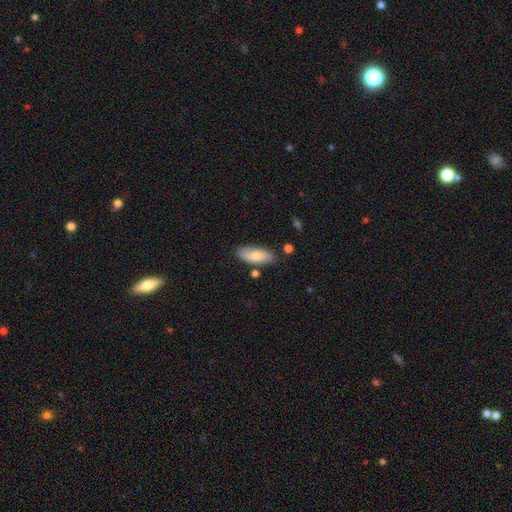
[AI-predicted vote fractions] This is likely a smooth galaxy (78%). How rounded: clearly in between (84%). Merging: clearly none (80%).